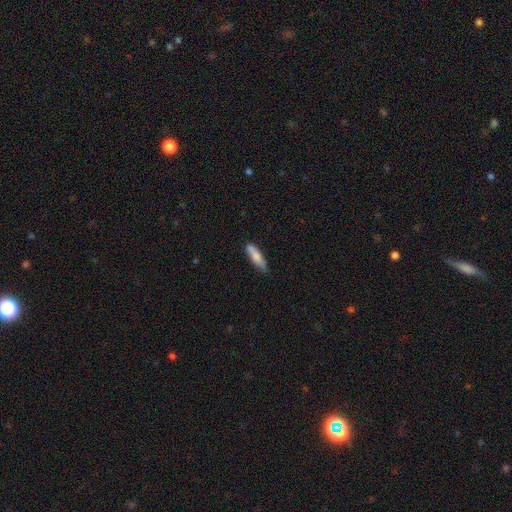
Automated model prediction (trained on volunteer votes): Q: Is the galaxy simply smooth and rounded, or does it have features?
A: smooth — 78%.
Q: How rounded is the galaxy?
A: cigar-shaped — 72%.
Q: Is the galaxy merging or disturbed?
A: none — 76%.